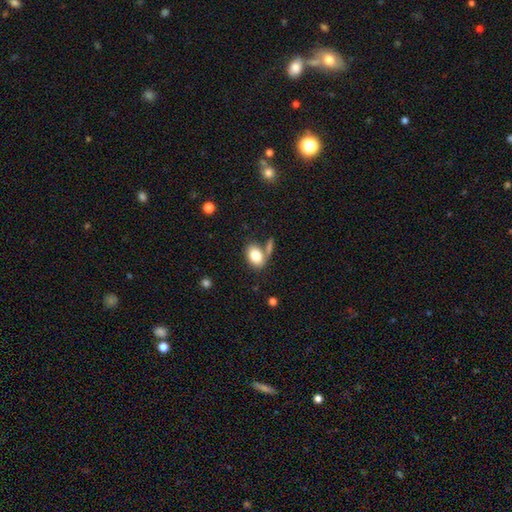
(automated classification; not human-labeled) A smooth galaxy with no disk features (81%) that is in between round and cigar-shaped (83%). Merging: none (59%).